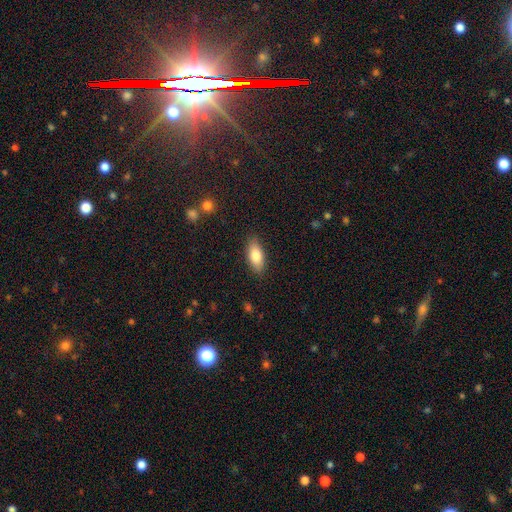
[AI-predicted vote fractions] A smooth galaxy with no disk features (80%) that is in between round and cigar-shaped (86%). Merging: none (87%).